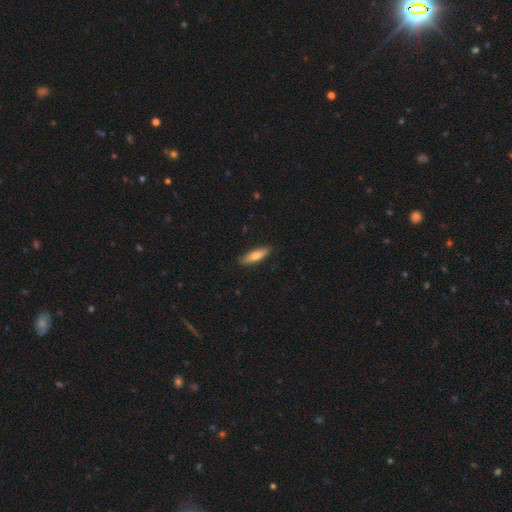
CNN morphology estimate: Smooth or featured?
  - smooth: 72% *
  - featured or disk: 22%
  - star or artifact: 6%
How rounded?
  - cigar-shaped: 63% *
  - in between: 35%
  - round: 2%
Merging?
  - none: 86% *
  - minor disturbance: 11%
  - major disturbance: 2%
  - merger: 1%